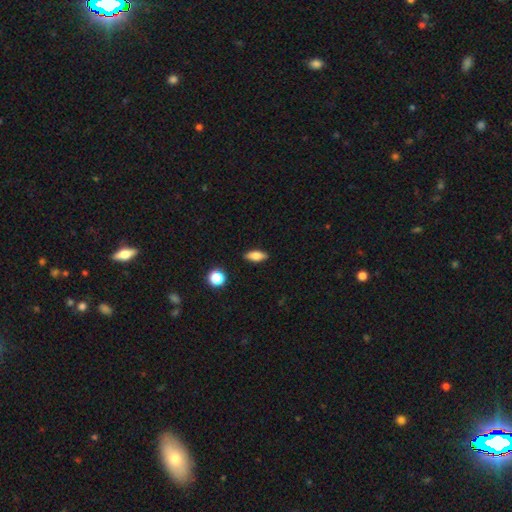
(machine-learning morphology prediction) Smooth or featured? Predicted: smooth (p=0.74). How rounded? Predicted: in between (p=0.73). Merging? Predicted: none (p=0.88).